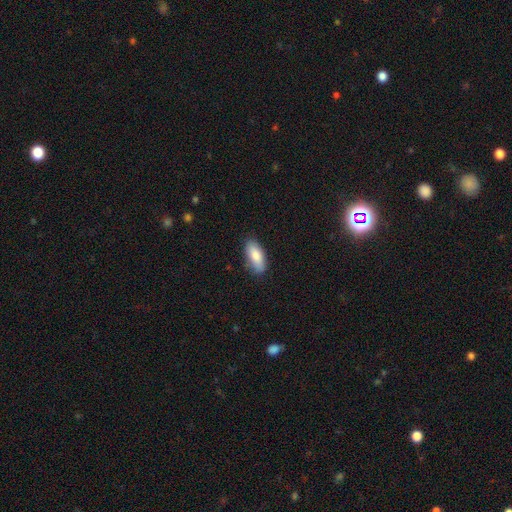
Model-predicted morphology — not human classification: The model was most divided on "how rounded": in between: 80%, cigar-shaped: 17%, round: 2%. More confident: smooth or featured — smooth (84%); merging — none (83%).